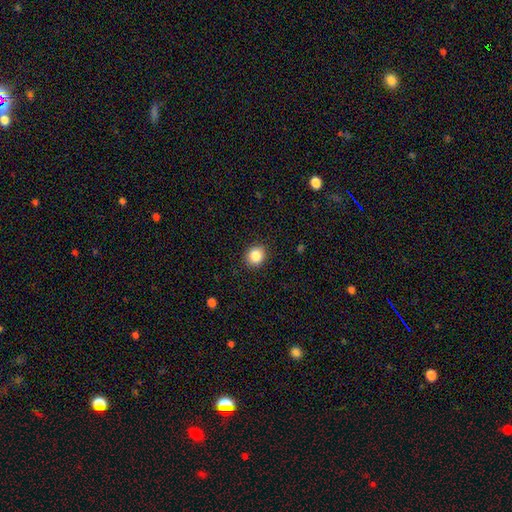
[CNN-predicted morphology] smooth_or_featured: smooth (p=0.86) [alt: star or artifact p=0.10]
how_rounded: round (p=0.81) [alt: in between p=0.18]
merging: none (p=0.89) [alt: minor disturbance p=0.07]